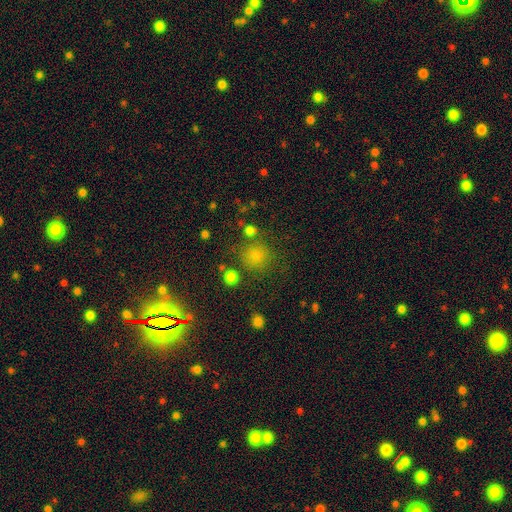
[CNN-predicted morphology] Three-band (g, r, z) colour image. It shows a smooth galaxy with no disk features (76%) that is round (88%). Merging: none (75%).